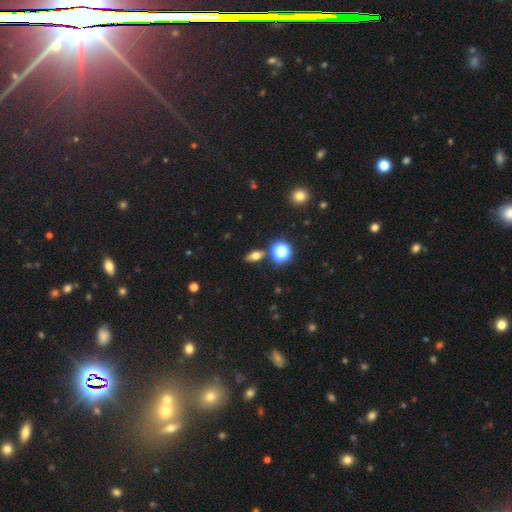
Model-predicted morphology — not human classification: Smooth or featured: smooth — 64% (featured or disk — 18%)
How rounded: in between — 72% (round — 19%)
Merging: none — 82% (minor disturbance — 10%)